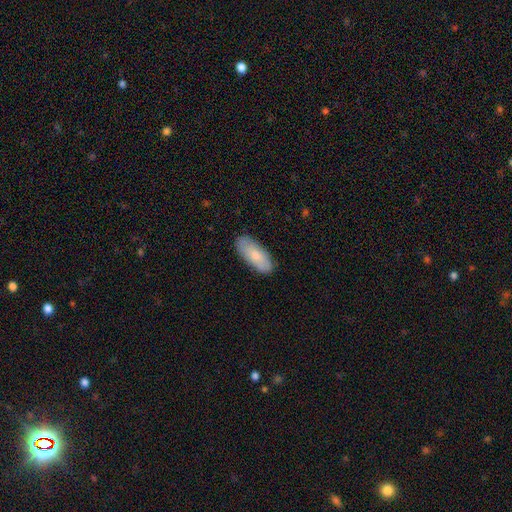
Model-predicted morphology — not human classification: smooth-or-featured: smooth: 73% | featured or disk: 21% | star or artifact: 6%
  how-rounded: in between: 84% | cigar-shaped: 14% | round: 2%
  merging: none: 84% | minor disturbance: 13% | major disturbance: 2% | merger: 1%